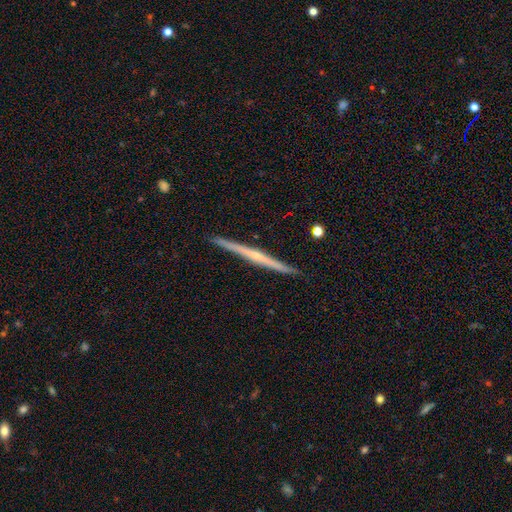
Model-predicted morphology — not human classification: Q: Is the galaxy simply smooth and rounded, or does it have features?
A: featured or disk — 73%.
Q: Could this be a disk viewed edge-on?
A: yes — 98%.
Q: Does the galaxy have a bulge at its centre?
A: rounded — 51%.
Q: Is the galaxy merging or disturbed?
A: none — 92%.